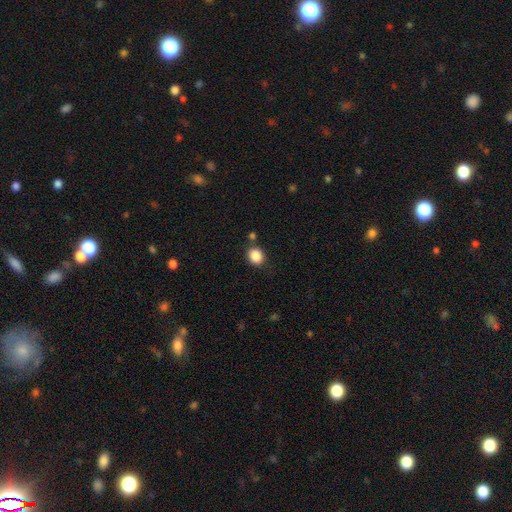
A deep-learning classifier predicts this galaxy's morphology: Q: Smooth or featured?
A: smooth (87%); runner-up: star or artifact (10%)
Q: How rounded?
A: round (61%); runner-up: in between (38%)
Q: Merging?
A: none (78%); runner-up: minor disturbance (12%)